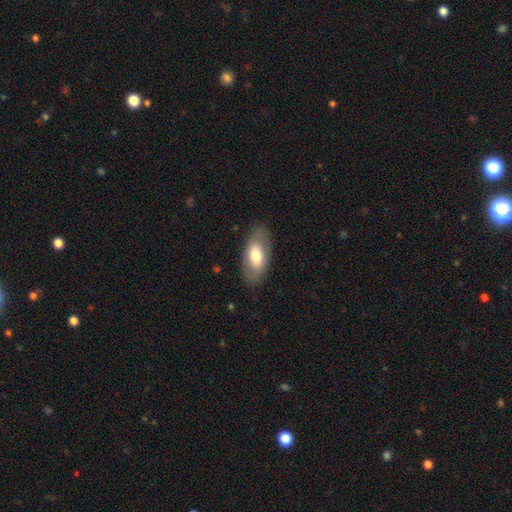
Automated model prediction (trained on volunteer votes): A smooth galaxy with no disk features (64%) that is in between round and cigar-shaped (92%).

Vote fractions:
- Smooth or featured? smooth: 64% / featured or disk: 30% / star or artifact: 6%
- How rounded? in between: 92% / cigar-shaped: 5% / round: 3%
- Merging? none: 82% / minor disturbance: 13% / major disturbance: 4% / merger: 1%